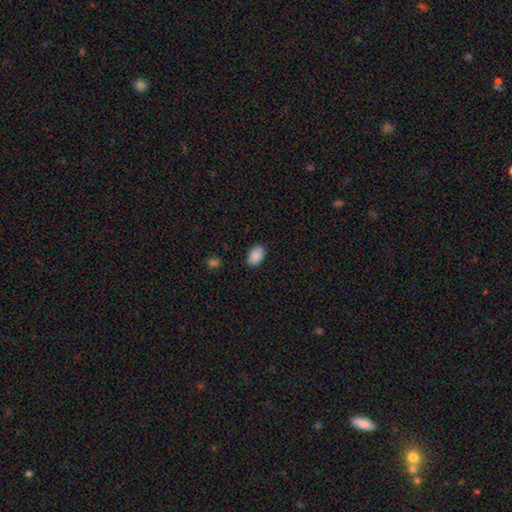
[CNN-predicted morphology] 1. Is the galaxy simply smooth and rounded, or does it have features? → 90% smooth, 7% star or artifact, 3% featured or disk.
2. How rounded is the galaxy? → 90% in between, 9% round, 1% cigar-shaped.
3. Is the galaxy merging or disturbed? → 87% none, 10% minor disturbance, 2% major disturbance, 1% merger.